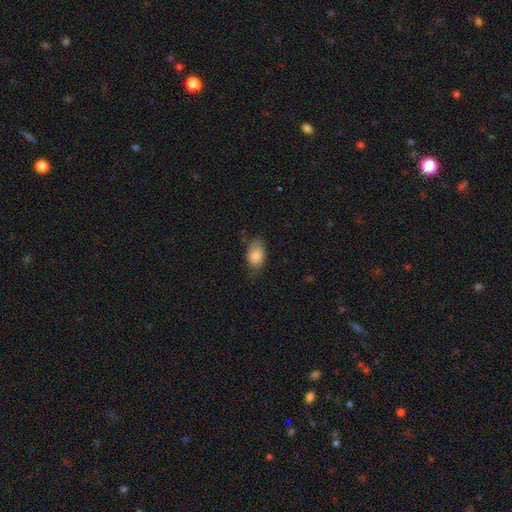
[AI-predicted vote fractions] A smooth galaxy with no disk features (84%) that is in between round and cigar-shaped (85%).

Vote fractions:
- Smooth or featured? smooth: 84% / featured or disk: 9% / star or artifact: 7%
- How rounded? in between: 85% / round: 14% / cigar-shaped: 2%
- Merging? none: 58% / minor disturbance: 32% / major disturbance: 9% / merger: 2%